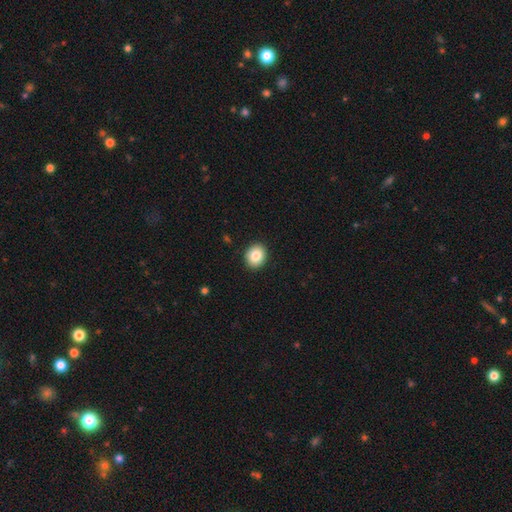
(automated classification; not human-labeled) smooth-or-featured: smooth: 85% | star or artifact: 8% | featured or disk: 7%
  how-rounded: round: 56% | in between: 44% | cigar-shaped: 1%
  merging: none: 91% | minor disturbance: 6% | major disturbance: 2% | merger: 1%